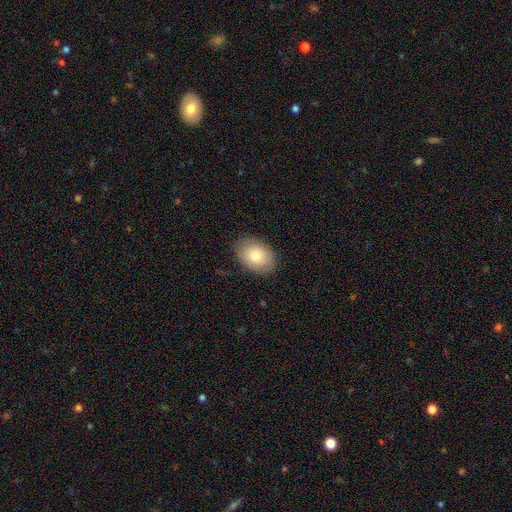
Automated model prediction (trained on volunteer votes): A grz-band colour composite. It shows a smooth galaxy with no disk features (80%) that is in between round and cigar-shaped (78%). Merging: none (83%).